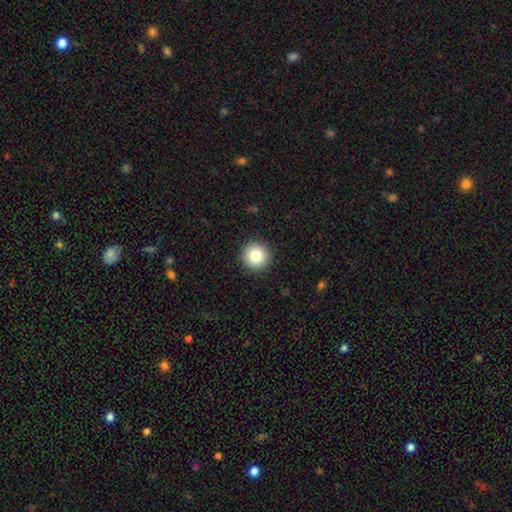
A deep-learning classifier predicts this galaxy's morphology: Smooth or featured? smooth (83%)
How rounded? round (96%)
Merging? none (92%)